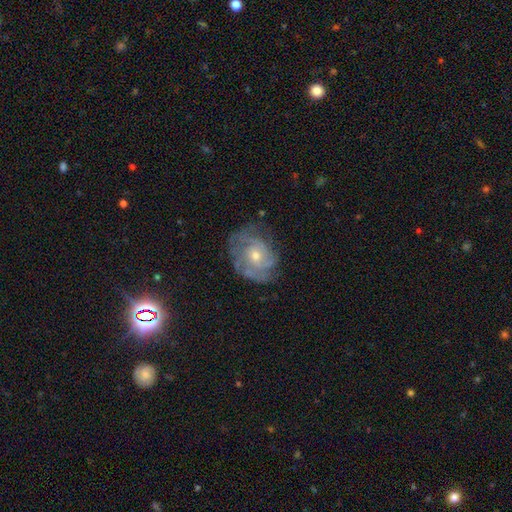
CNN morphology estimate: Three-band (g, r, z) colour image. It shows a featured or disk galaxy (77%) with no bar (78%), tight (61%) spiral arms (86%) and a small central bulge (52%). Merging: none (65%).